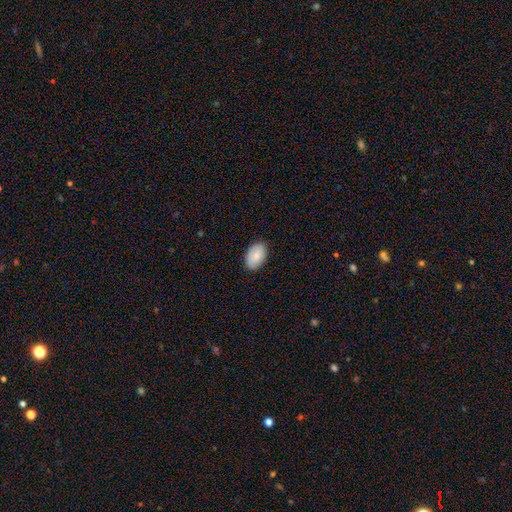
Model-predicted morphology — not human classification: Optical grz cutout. It shows a smooth galaxy with no disk features (86%) that is in between round and cigar-shaped (93%). Merging: none (86%).